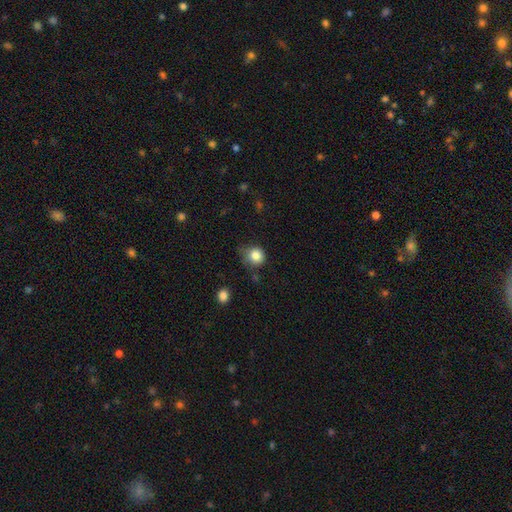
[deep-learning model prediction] smooth_or_featured: smooth (p=0.84) [alt: star or artifact p=0.10]
how_rounded: round (p=0.87) [alt: in between p=0.12]
merging: none (p=0.62) [alt: minor disturbance p=0.27]